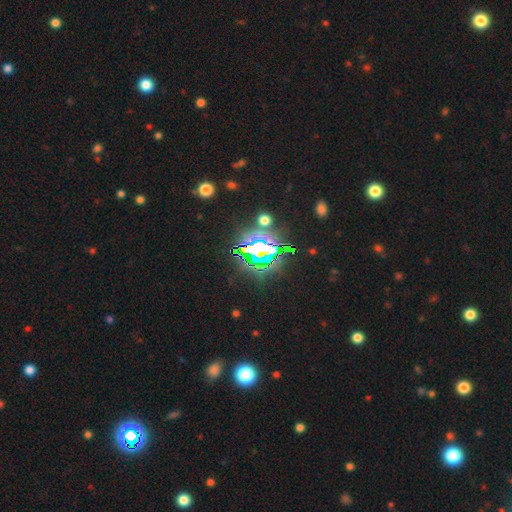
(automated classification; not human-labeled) smooth-or-featured: star or artifact: 79% | smooth: 11% | featured or disk: 10%